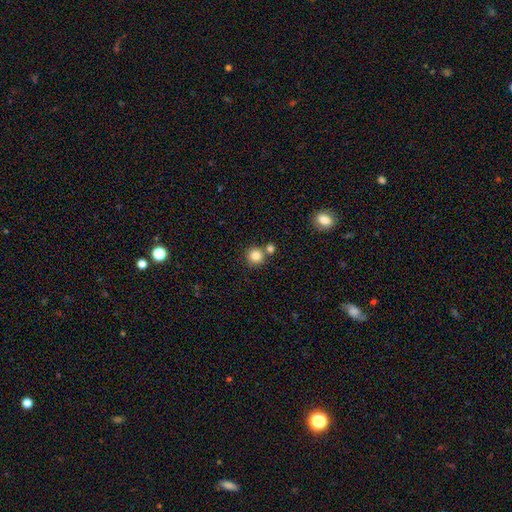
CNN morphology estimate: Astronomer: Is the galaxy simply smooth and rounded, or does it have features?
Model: smooth — 84%.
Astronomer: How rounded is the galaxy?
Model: round — 94%.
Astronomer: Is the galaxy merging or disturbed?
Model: none — 71%.